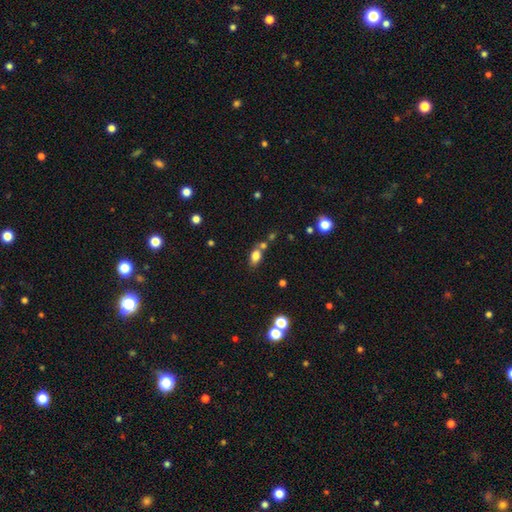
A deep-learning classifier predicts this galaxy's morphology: Smooth or featured? Predicted: smooth (p=0.79). How rounded? Predicted: in between (p=0.82). Merging? Predicted: none (p=0.59).